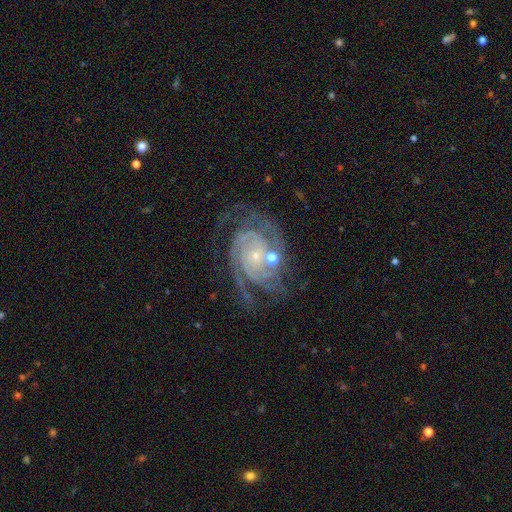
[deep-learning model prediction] This appears to be a featured or disk galaxy (90%) with no bar (70%), 2 (28%) tight (69%) spiral arms (98%) and a small central bulge (79%). Merging: none (65%).